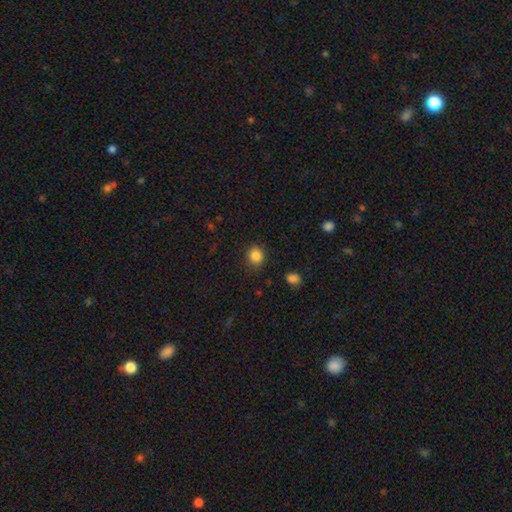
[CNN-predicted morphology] Smooth or featured: smooth — 85% (star or artifact — 11%)
How rounded: round — 82% (in between — 17%)
Merging: none — 83% (minor disturbance — 12%)